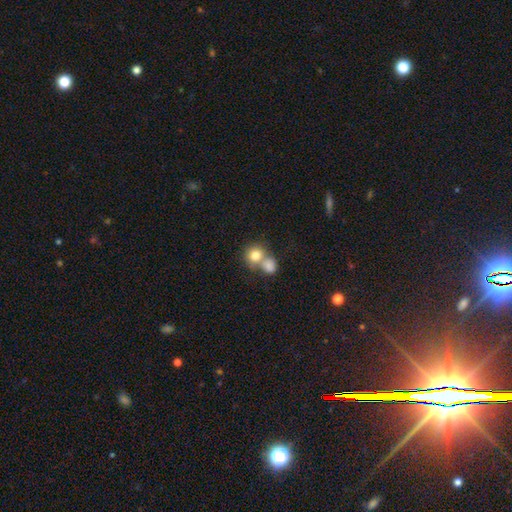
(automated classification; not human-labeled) smooth-or-featured: smooth: 80% | featured or disk: 11% | star or artifact: 9%
  how-rounded: round: 79% | in between: 20% | cigar-shaped: 1%
  merging: merger: 55% | none: 35% | minor disturbance: 7% | major disturbance: 3%